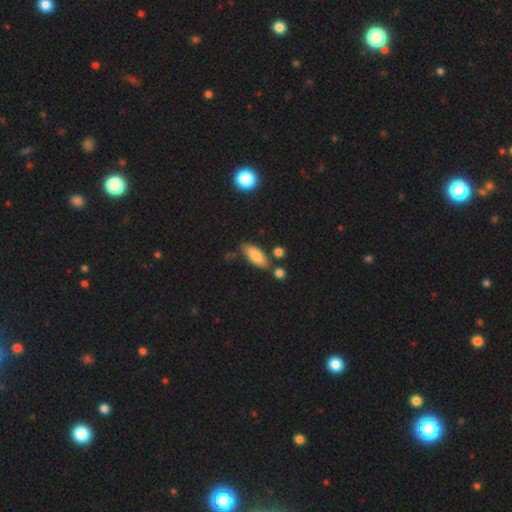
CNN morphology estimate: smooth-or-featured: smooth: 79% | featured or disk: 13% | star or artifact: 8%
  how-rounded: in between: 78% | cigar-shaped: 19% | round: 2%
  merging: none: 73% | minor disturbance: 15% | merger: 9% | major disturbance: 4%